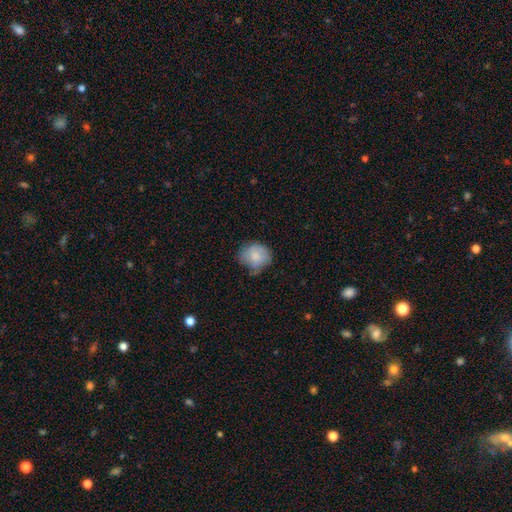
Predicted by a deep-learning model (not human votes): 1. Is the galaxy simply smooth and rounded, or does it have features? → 75% smooth, 17% featured or disk, 8% star or artifact.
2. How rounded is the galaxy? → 69% round, 30% in between, 1% cigar-shaped.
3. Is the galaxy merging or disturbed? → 52% none, 34% minor disturbance, 11% major disturbance, 2% merger.